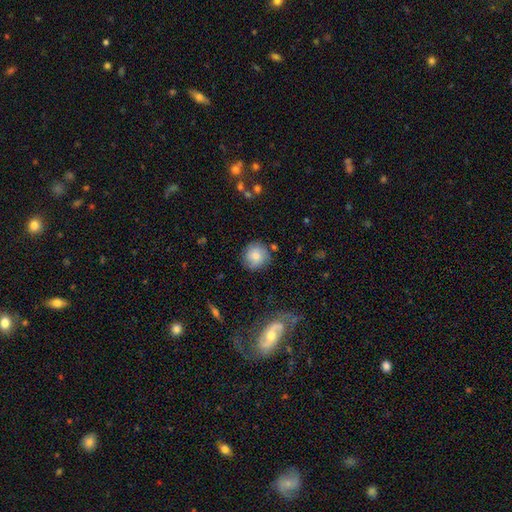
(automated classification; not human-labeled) The model was most divided on "smooth or featured": smooth: 67%, featured or disk: 23%, star or artifact: 9%. More confident: how rounded — round (91%); merging — none (79%).